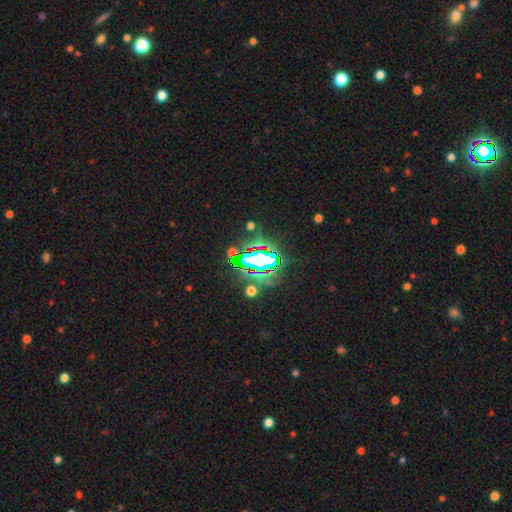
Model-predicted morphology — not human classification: star or artifact 69%, smooth 16%, featured or disk 15%.